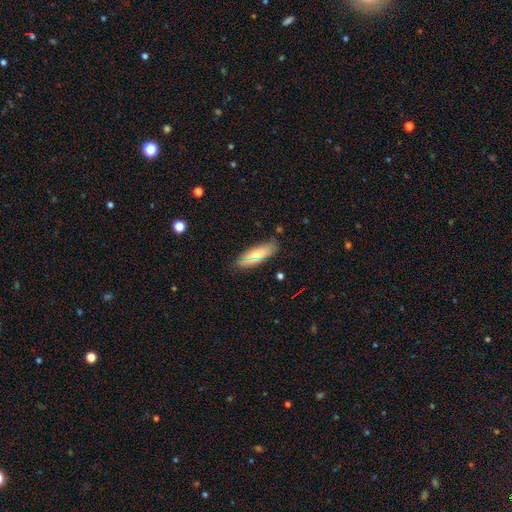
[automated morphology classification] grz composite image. It shows a smooth galaxy with no disk features (62%) that is in between round and cigar-shaped (60%). Merging: none (81%).